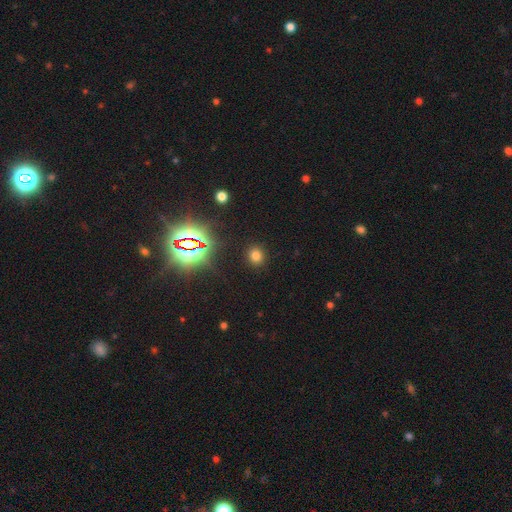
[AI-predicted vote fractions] Q: Smooth or featured?
A: smooth (70%); runner-up: star or artifact (24%)
Q: How rounded?
A: round (82%); runner-up: in between (16%)
Q: Merging?
A: none (90%); runner-up: minor disturbance (6%)